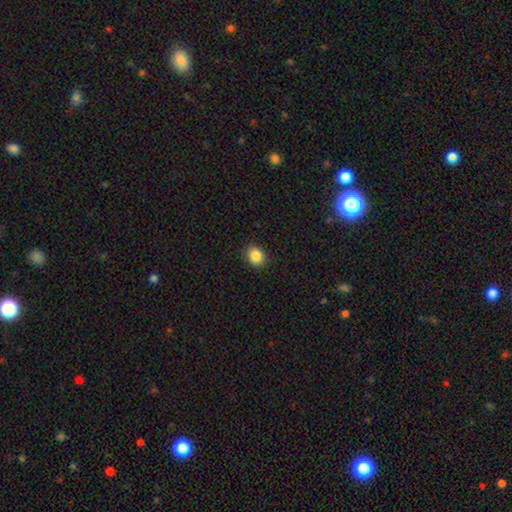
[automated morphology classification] A smooth galaxy with no disk features (87%) that is round (58%).

Vote fractions:
- Smooth or featured? smooth: 87% / star or artifact: 9% / featured or disk: 4%
- How rounded? round: 58% / in between: 41% / cigar-shaped: 1%
- Merging? none: 89% / minor disturbance: 8% / major disturbance: 2% / merger: 1%